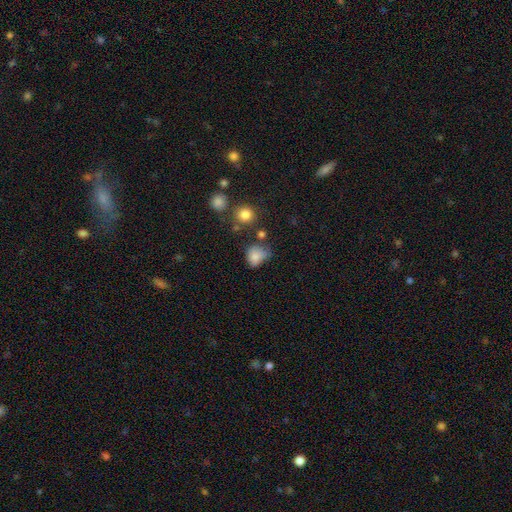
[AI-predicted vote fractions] smooth_or_featured: smooth (p=0.77) [alt: star or artifact p=0.13]
how_rounded: round (p=0.53) [alt: in between p=0.46]
merging: none (p=0.39) [alt: minor disturbance p=0.35]